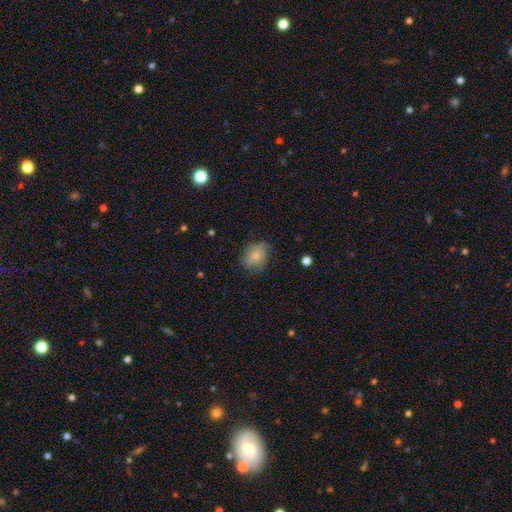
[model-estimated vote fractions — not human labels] Overall: smooth (78%). How rounded: in between (56%; round 43%). Merging: none (65%; minor disturbance 26%).